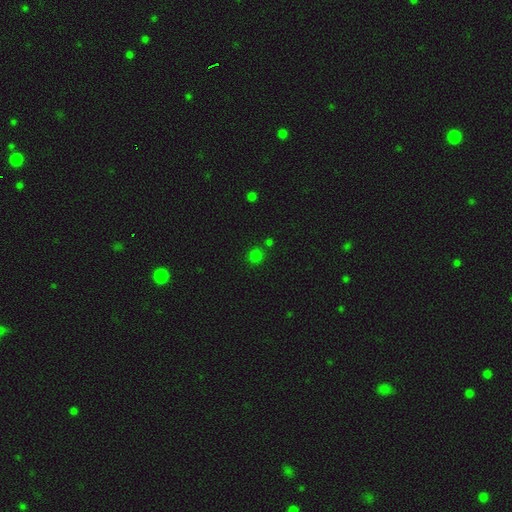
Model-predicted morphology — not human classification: The model was most divided on "smooth or featured": smooth: 76%, star or artifact: 21%, featured or disk: 4%. More confident: how rounded — round (90%); merging — none (82%).